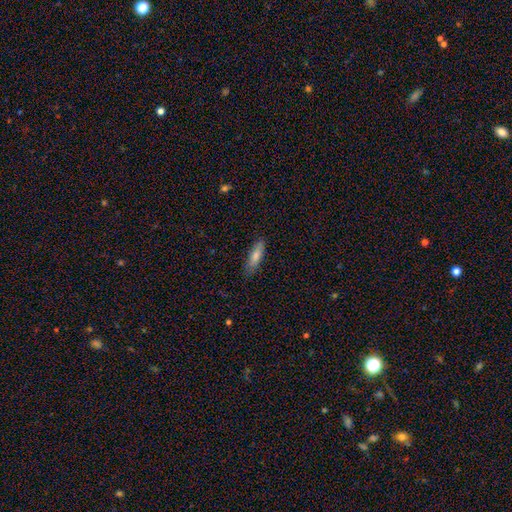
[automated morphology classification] Overall: smooth (78%). How rounded: cigar-shaped (59%; in between 39%). Merging: none (83%).